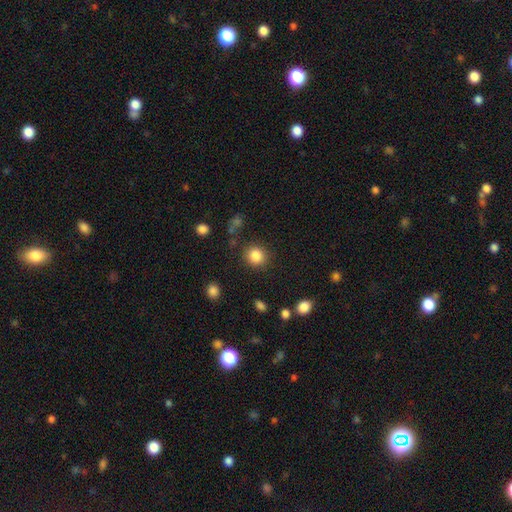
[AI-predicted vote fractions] A smooth galaxy with no disk features (85%) that is round (88%). Merging: none (86%).